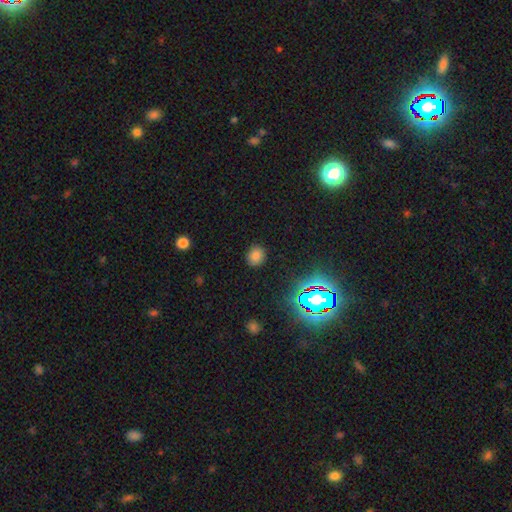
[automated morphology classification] Smooth or featured?
  - smooth: 74% *
  - star or artifact: 19%
  - featured or disk: 7%
How rounded?
  - round: 72% *
  - in between: 27%
  - cigar-shaped: 1%
Merging?
  - none: 88% *
  - minor disturbance: 8%
  - major disturbance: 3%
  - merger: 1%